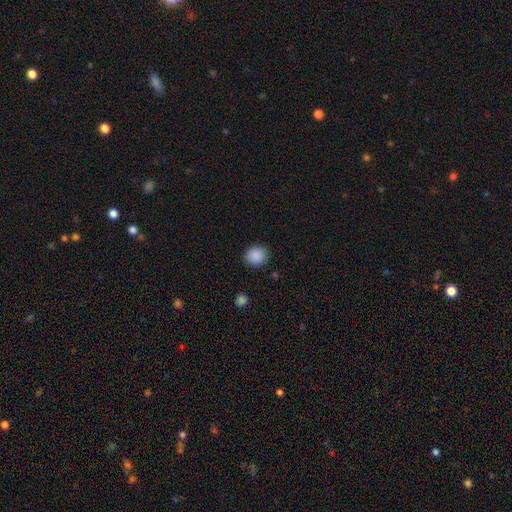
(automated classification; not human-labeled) This is clearly a smooth galaxy (89%). How rounded: clearly round (84%). Merging: clearly none (89%).